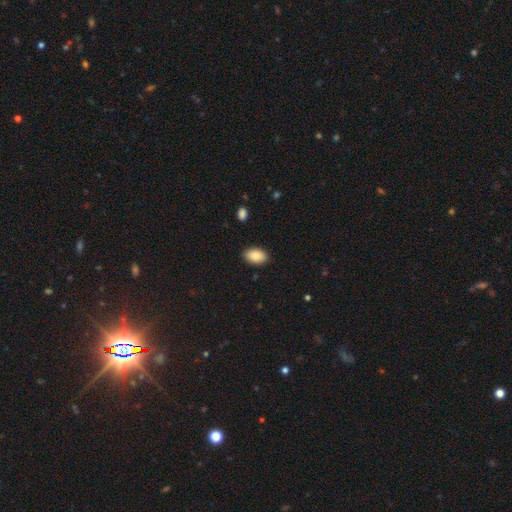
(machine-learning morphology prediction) A smooth galaxy with no disk features (89%) that is in between round and cigar-shaped (92%). Merging: none (88%).